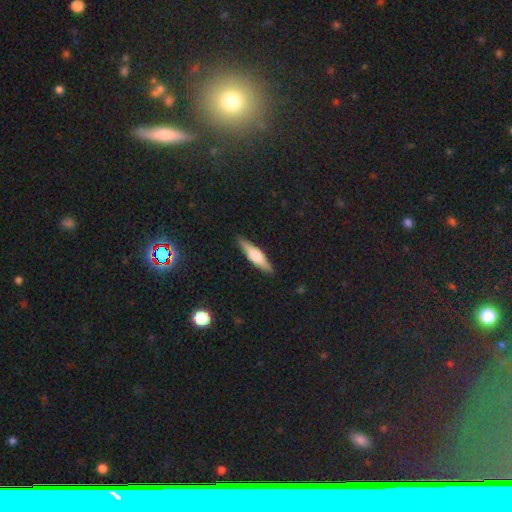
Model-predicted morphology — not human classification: Smooth or featured: featured or disk — 57% (smooth — 37%)
Edge-on disk: yes — 95% (no — 5%)
Edge-on bulge: rounded — 87% (boxy — 9%)
Merging: none — 90% (minor disturbance — 7%)